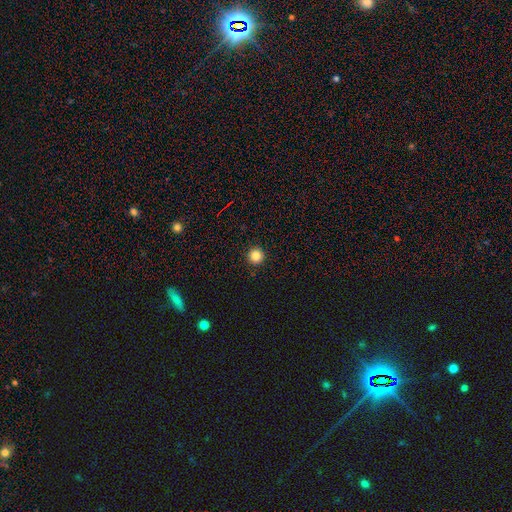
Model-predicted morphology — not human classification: The model was most divided on "smooth or featured": smooth: 84%, star or artifact: 12%, featured or disk: 4%. More confident: how rounded — round (97%); merging — none (94%).